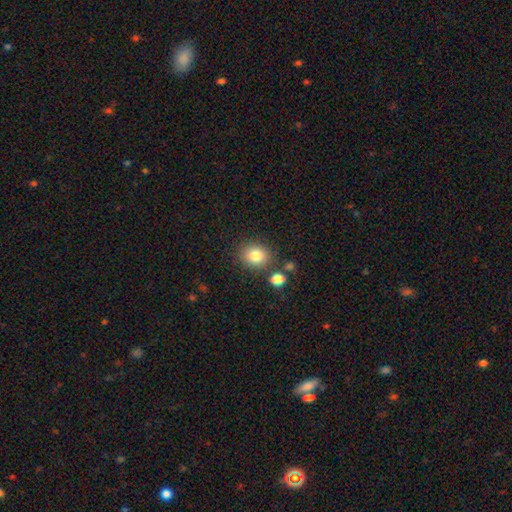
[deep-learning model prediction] smooth 82%, star or artifact 10%, featured or disk 7%. Down the decision tree: how rounded — round (68%); merging — none (80%).